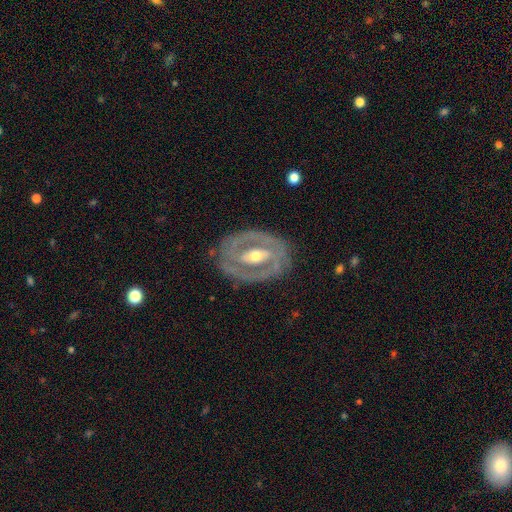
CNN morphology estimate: Smooth or featured: featured or disk — 77% (smooth — 16%)
Edge-on disk: no — 92% (yes — 8%)
Bar: strong — 42% (weak — 33%)
Spiral arms: no — 52% (yes — 48%)
Bulge size: moderate — 66% (small — 24%)
Merging: none — 78% (minor disturbance — 14%)